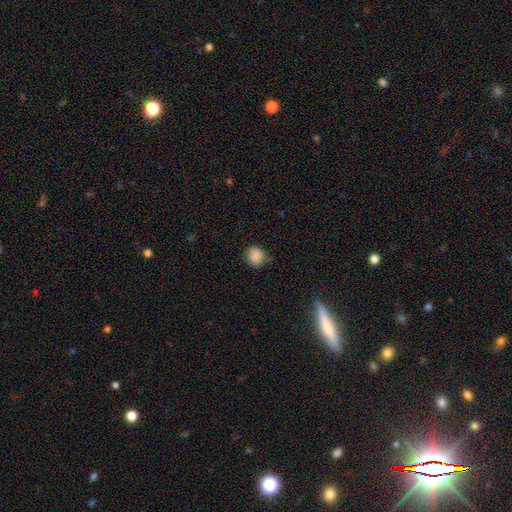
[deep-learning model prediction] Smooth or featured: smooth — 88% (star or artifact — 9%)
How rounded: round — 78% (in between — 21%)
Merging: none — 80% (minor disturbance — 16%)